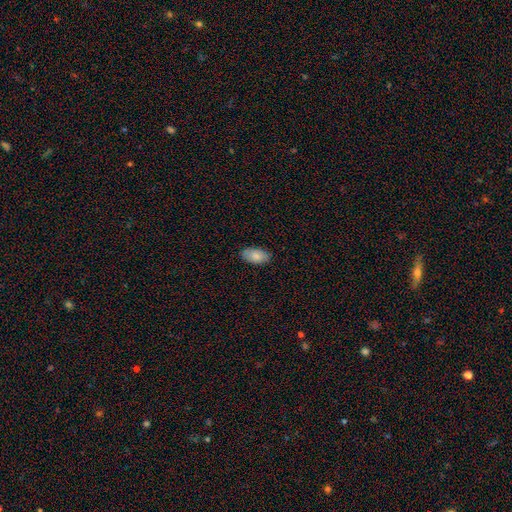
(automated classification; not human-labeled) Q: Smooth or featured?
A: smooth (84%); runner-up: featured or disk (10%)
Q: How rounded?
A: in between (94%); runner-up: round (3%)
Q: Merging?
A: none (83%); runner-up: minor disturbance (14%)